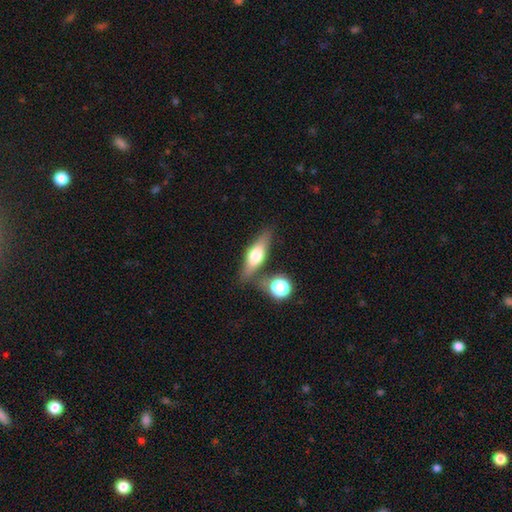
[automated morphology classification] smooth_or_featured: smooth (p=0.49) [alt: featured or disk p=0.43]
merging: none (p=0.71) [alt: minor disturbance p=0.14]